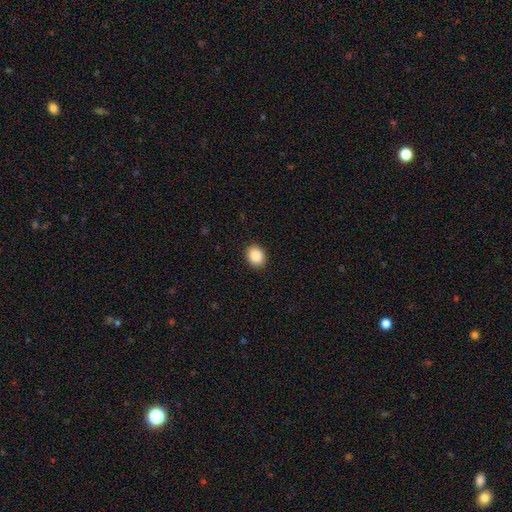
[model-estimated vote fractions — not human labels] The model was most divided on "how rounded": round: 52%, in between: 47%, cigar-shaped: 1%. More confident: merging — none (90%); smooth or featured — smooth (89%).